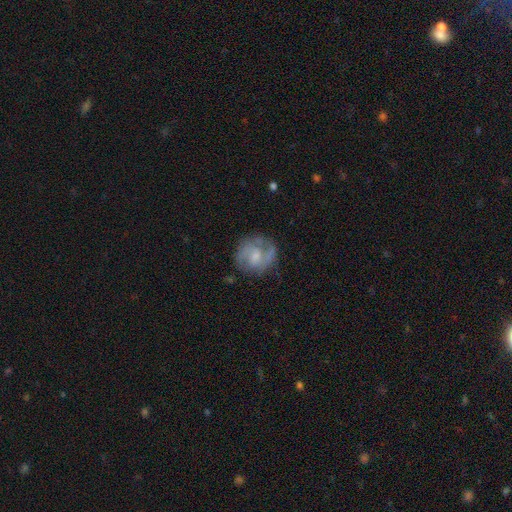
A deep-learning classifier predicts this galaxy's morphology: The model was most divided on "bulge size": small: 42%, moderate: 40%, none: 13%, large: 4%, dominant: 1%. Remaining: edge-on disk — no (98%); spiral arms — yes (89%); spiral arm count — 2 (74%); merging — none (71%); smooth or featured — featured or disk (71%); spiral winding — medium (50%); bar — weak (48%).